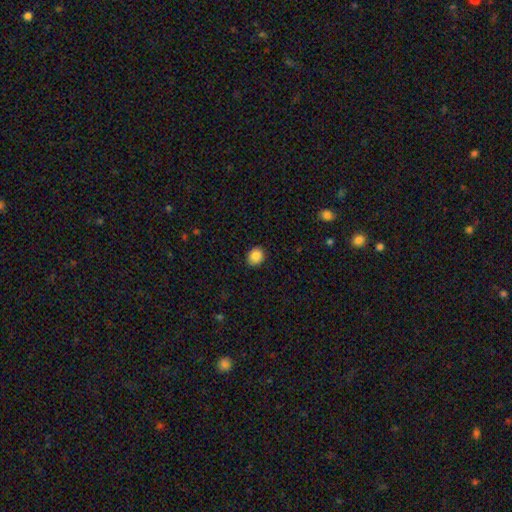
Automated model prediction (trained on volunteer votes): smooth_or_featured: smooth (p=0.87) [alt: star or artifact p=0.09]
how_rounded: round (p=0.63) [alt: in between p=0.36]
merging: none (p=0.89) [alt: minor disturbance p=0.08]